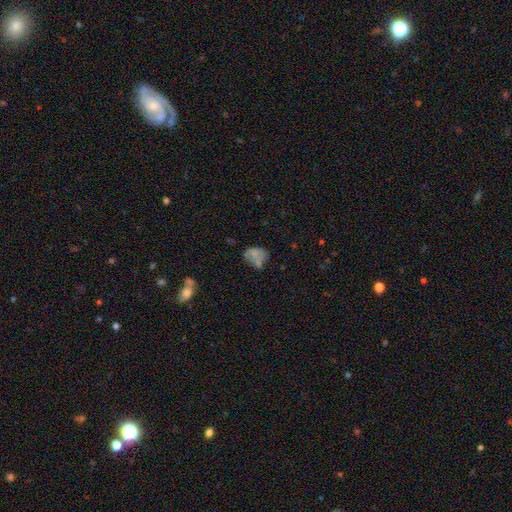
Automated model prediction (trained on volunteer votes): smooth_or_featured: smooth (p=0.60) [alt: featured or disk p=0.28]
how_rounded: in between (p=0.61) [alt: round p=0.38]
merging: none (p=0.37) [alt: minor disturbance p=0.28]